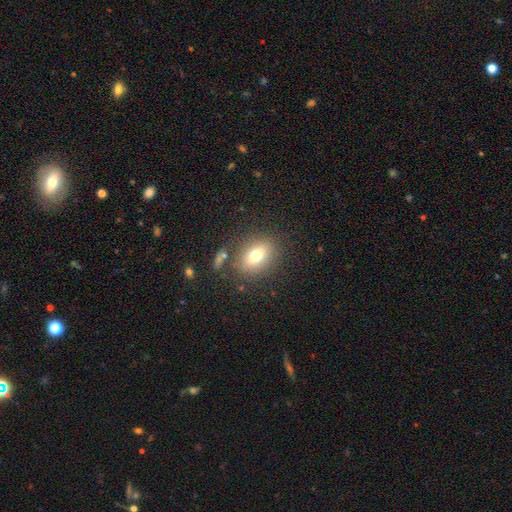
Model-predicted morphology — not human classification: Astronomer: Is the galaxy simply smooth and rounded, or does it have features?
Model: smooth — 73%.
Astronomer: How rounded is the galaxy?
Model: in between — 72%.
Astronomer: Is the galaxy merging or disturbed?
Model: none — 80%.